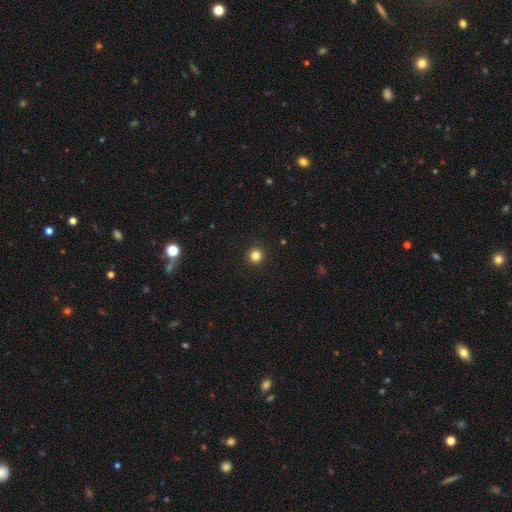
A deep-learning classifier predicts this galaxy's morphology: This appears to be a smooth galaxy with no disk features (83%) that is round (95%). Merging: none (93%).